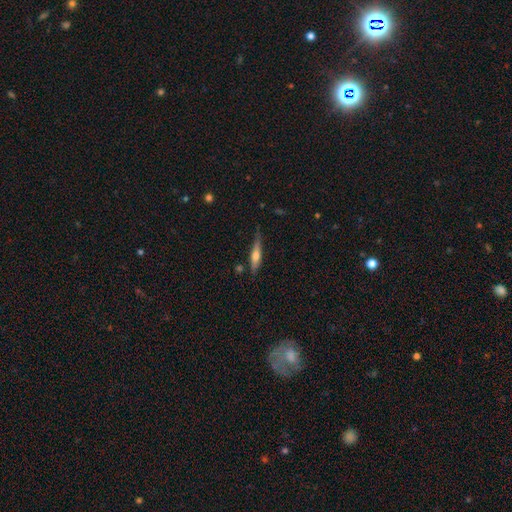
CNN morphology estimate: smooth-or-featured: featured or disk: 48% | smooth: 45% | star or artifact: 6%
  merging: none: 75% | minor disturbance: 18% | major disturbance: 4% | merger: 3%